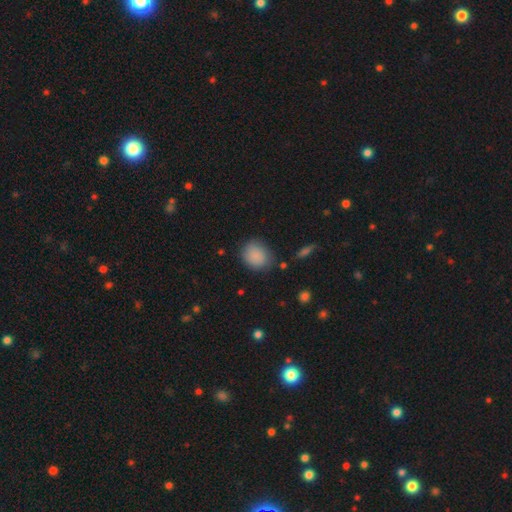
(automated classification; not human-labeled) Smooth or featured?
  - smooth: 86% *
  - star or artifact: 8%
  - featured or disk: 5%
How rounded?
  - round: 66% *
  - in between: 32%
  - cigar-shaped: 1%
Merging?
  - none: 75% *
  - minor disturbance: 18%
  - major disturbance: 5%
  - merger: 2%